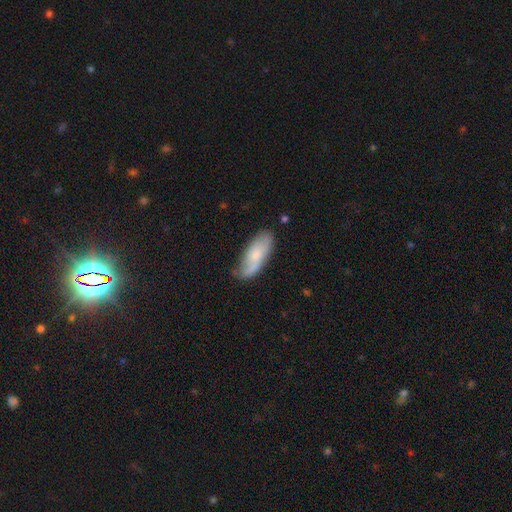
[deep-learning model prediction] Morphology: type=smooth (60%); roundness=in between (76%); merging=none (63%).